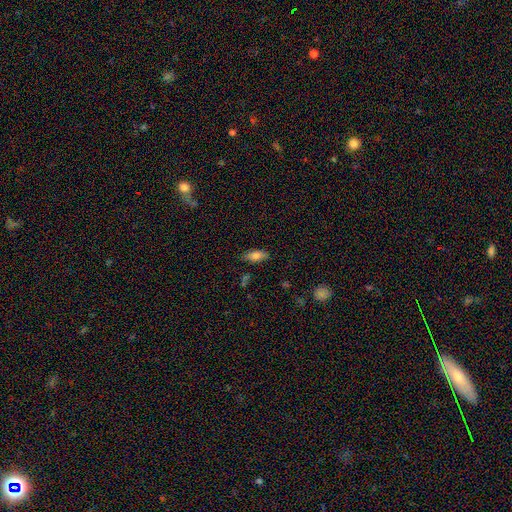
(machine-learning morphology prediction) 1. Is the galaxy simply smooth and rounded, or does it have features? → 77% smooth, 14% featured or disk, 8% star or artifact.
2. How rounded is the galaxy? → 83% in between, 15% cigar-shaped, 3% round.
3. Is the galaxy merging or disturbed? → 84% none, 12% minor disturbance, 2% major disturbance, 2% merger.